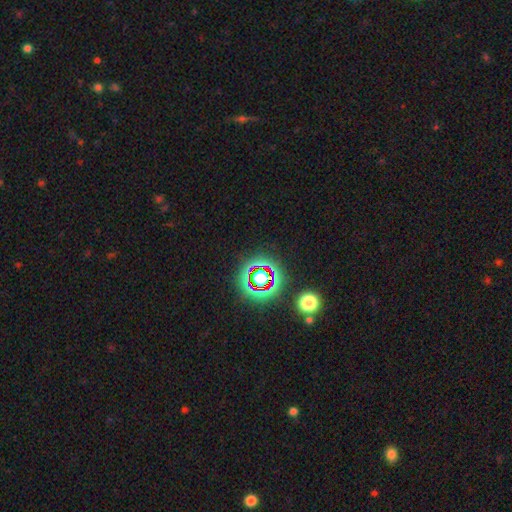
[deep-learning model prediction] star or artifact 74%, smooth 15%, featured or disk 11%.